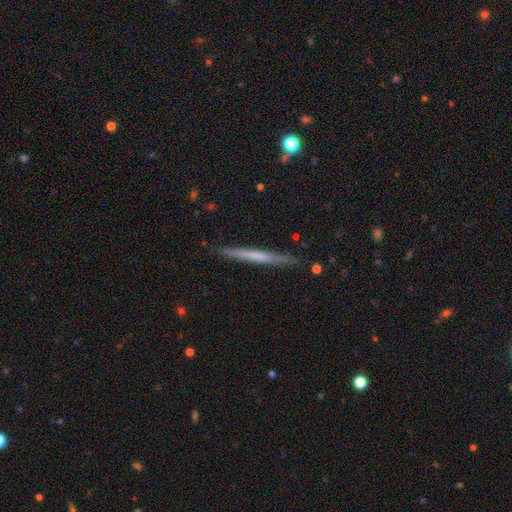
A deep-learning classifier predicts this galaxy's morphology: A smooth galaxy with no disk features (49%).

Vote fractions:
- Smooth or featured? smooth: 49% / featured or disk: 46% / star or artifact: 6%
- Merging? none: 89% / minor disturbance: 8% / major disturbance: 1% / merger: 1%